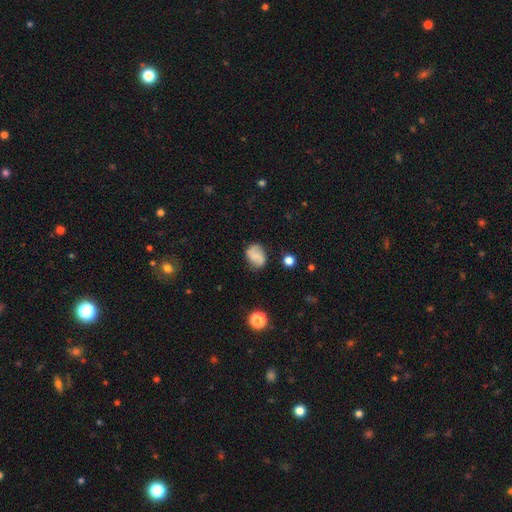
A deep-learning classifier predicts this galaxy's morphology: The model was most divided on "how rounded": in between: 65%, round: 34%, cigar-shaped: 1%. More confident: merging — none (71%); smooth or featured — smooth (61%).